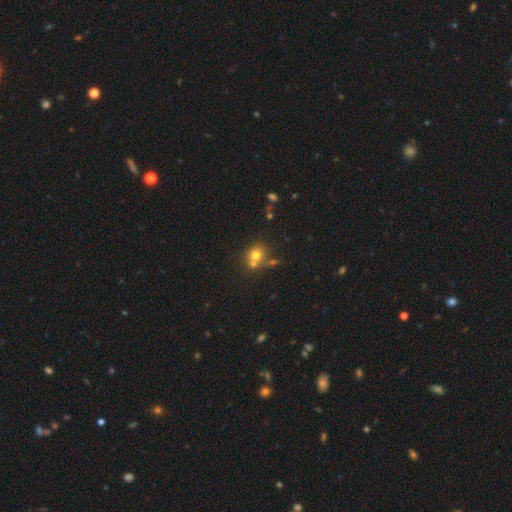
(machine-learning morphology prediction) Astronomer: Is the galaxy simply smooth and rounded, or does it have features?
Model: smooth — 70%.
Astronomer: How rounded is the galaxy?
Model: round — 80%.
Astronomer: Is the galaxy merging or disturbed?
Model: none — 48% (runner-up: merger, 37%).